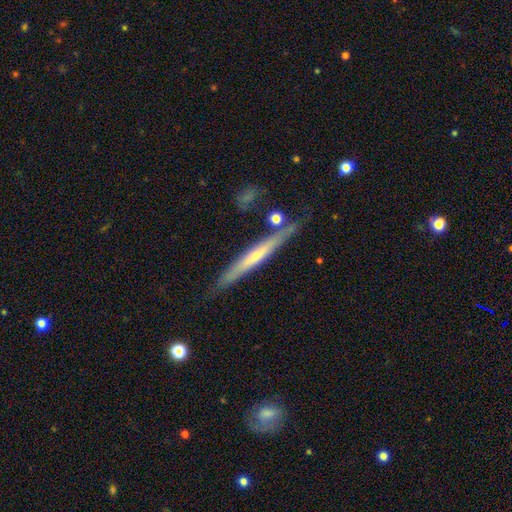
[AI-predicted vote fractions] A featured or disk galaxy (71%) viewed edge-on (96%) with a rounded central bulge (63%).

Vote fractions:
- Smooth or featured? featured or disk: 71% / smooth: 22% / star or artifact: 6%
- Edge-on disk? yes: 96% / no: 4%
- Edge-on bulge? rounded: 63% / none: 32% / boxy: 5%
- Merging? none: 83% / minor disturbance: 11% / merger: 4% / major disturbance: 2%